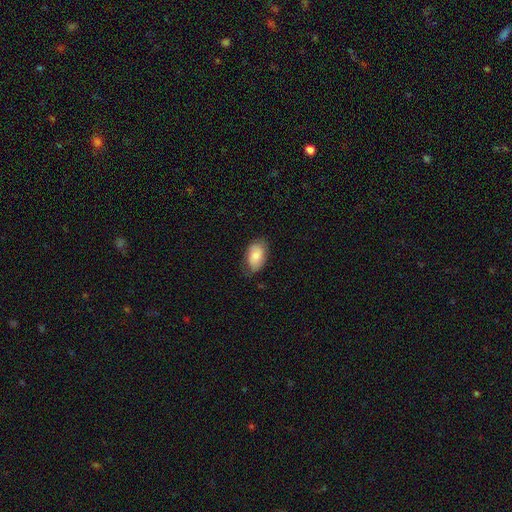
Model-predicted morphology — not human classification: Smooth or featured: smooth — 74% (featured or disk — 20%)
How rounded: in between — 92% (round — 7%)
Merging: none — 67% (minor disturbance — 26%)